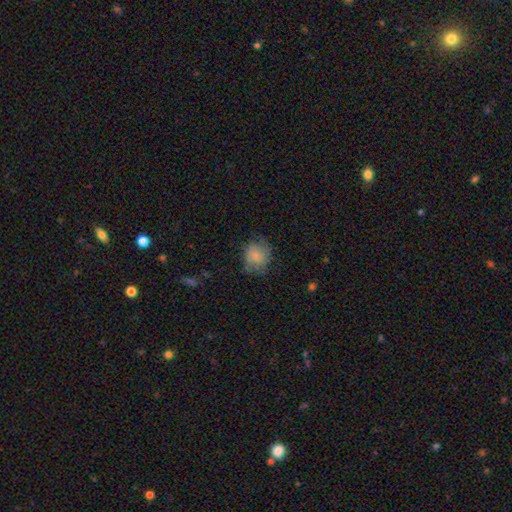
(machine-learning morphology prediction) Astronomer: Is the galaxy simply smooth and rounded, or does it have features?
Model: smooth — 71%.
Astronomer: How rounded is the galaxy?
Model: round — 69%.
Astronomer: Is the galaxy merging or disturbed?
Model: none — 62%.